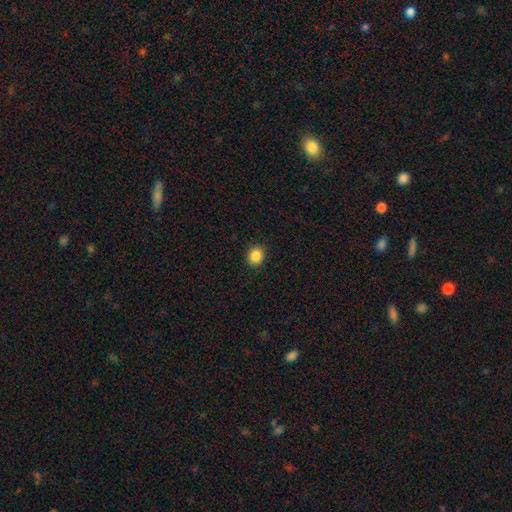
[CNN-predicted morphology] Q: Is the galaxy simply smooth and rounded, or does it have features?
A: smooth — 87%.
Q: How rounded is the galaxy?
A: round — 69%.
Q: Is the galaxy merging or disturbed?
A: none — 91%.